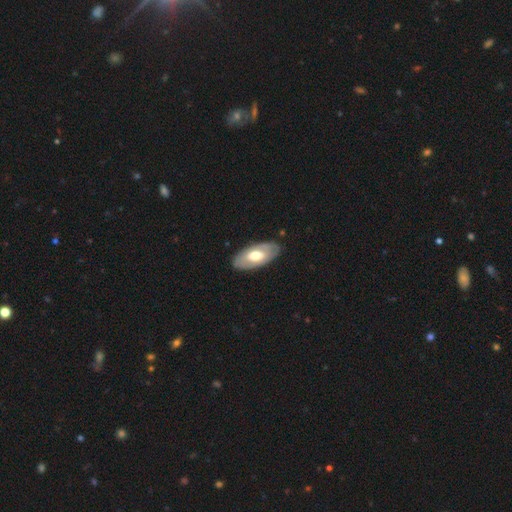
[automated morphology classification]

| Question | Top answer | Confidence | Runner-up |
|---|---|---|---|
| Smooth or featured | featured or disk | 53% | smooth (42%) |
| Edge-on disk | no | 86% | yes (14%) |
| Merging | none | 84% | minor disturbance (12%) |